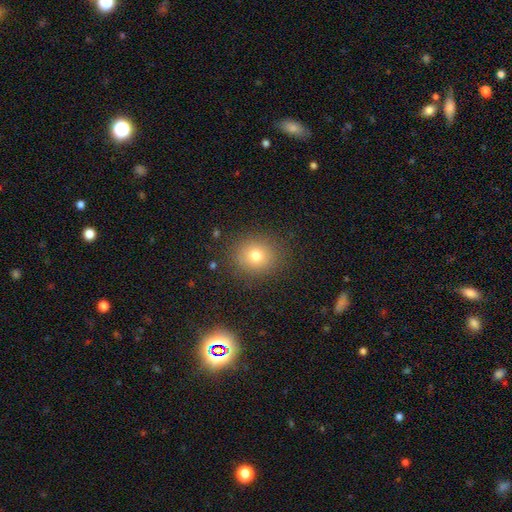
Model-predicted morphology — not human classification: type=smooth (76%); roundness=round (80%); merging=none (87%).